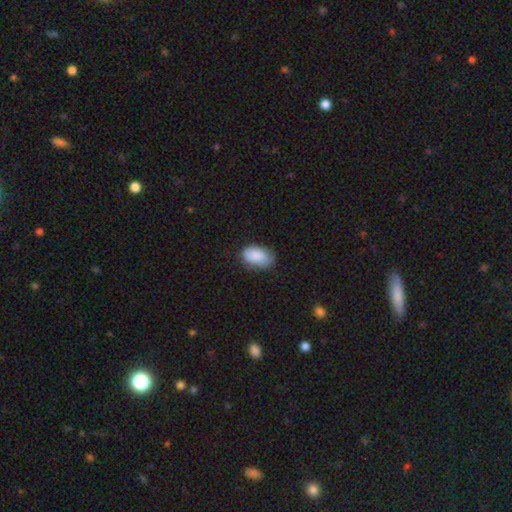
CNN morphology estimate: A smooth galaxy with no disk features (86%) that is in between round and cigar-shaped (90%). Merging: none (69%).